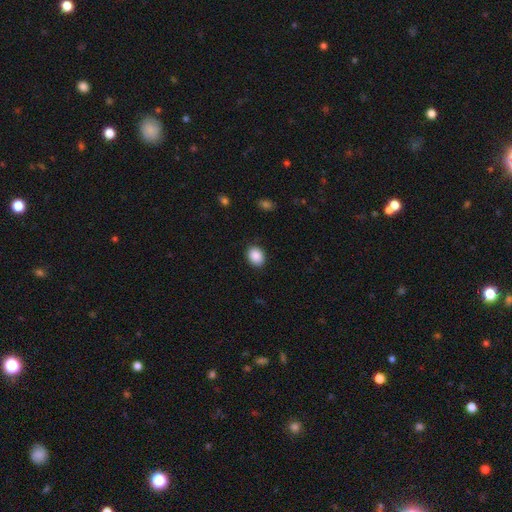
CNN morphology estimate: Q: Smooth or featured?
A: smooth (89%); runner-up: star or artifact (8%)
Q: How rounded?
A: in between (61%); runner-up: round (39%)
Q: Merging?
A: none (88%); runner-up: minor disturbance (8%)